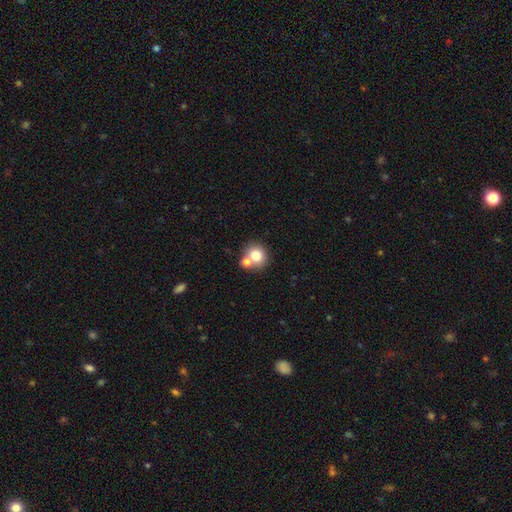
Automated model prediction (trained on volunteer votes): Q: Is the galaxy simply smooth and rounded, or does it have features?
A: smooth — 76%.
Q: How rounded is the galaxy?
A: round — 80%.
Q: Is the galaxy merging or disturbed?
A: none — 53%.